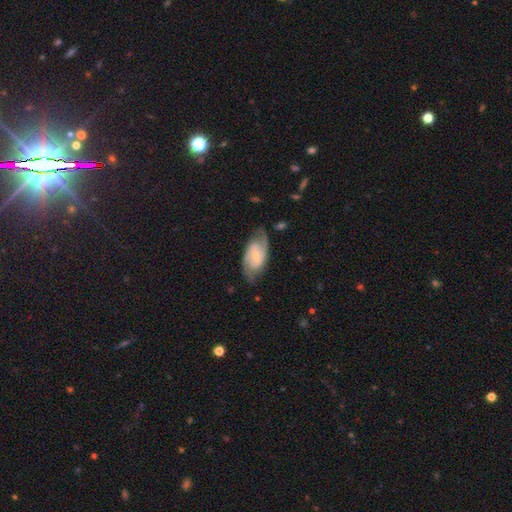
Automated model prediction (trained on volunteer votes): smooth-or-featured: featured or disk: 77% | smooth: 17% | star or artifact: 5%
  disk-edge-on: no: 95% | yes: 5%
    bar: weak: 48% | no: 31% | strong: 21%
    has-spiral-arms: yes: 92% | no: 8%
      spiral-winding: medium: 50% | tight: 30% | loose: 20%
      spiral-arm-count: 2: 85% | can't tell: 9% | 3: 2% | 1: 2% | 4: 1% | more than 4: 1%
    bulge-size: small: 64% | moderate: 27% | none: 5% | large: 2% | dominant: 1%
  merging: none: 72% | minor disturbance: 19% | major disturbance: 7% | merger: 2%